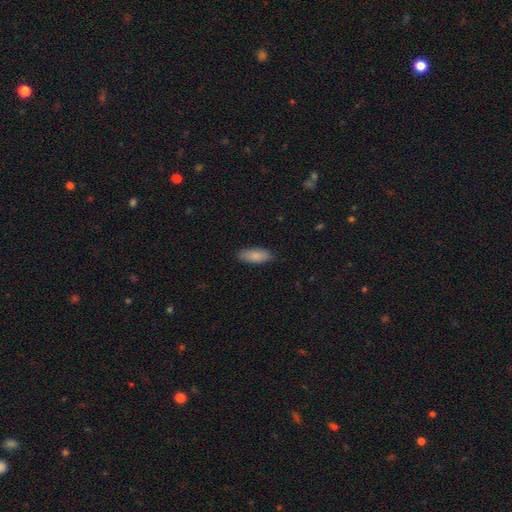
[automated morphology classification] Overall: smooth (87%). How rounded: in between (76%). Merging: none (86%).